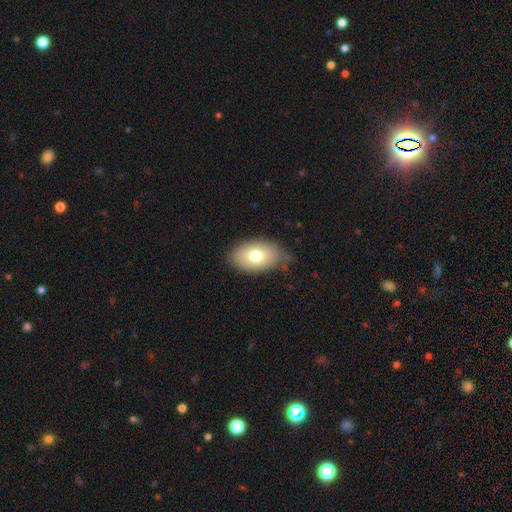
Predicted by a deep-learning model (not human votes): This appears to be a smooth galaxy with no disk features (74%) that is in between round and cigar-shaped (90%). Merging: none (74%).